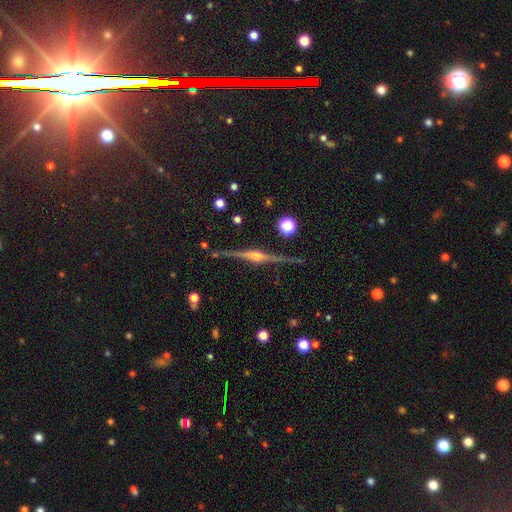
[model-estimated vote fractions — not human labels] Smooth or featured? featured or disk (89%)
Edge-on disk? yes (98%)
Edge-on bulge? rounded (89%)
Merging? none (89%)